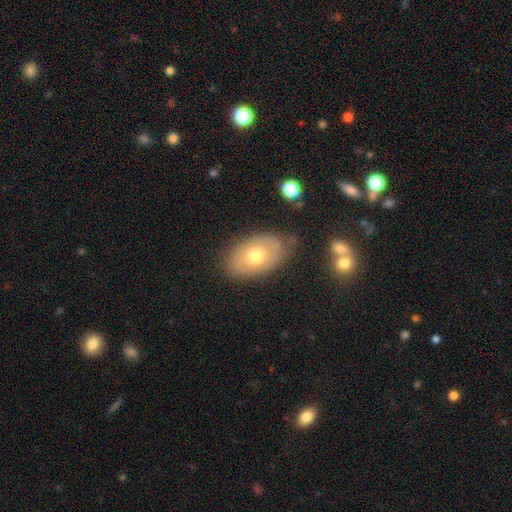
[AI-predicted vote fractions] Morphology: type=smooth (63%); roundness=in between (89%); merging=none (74%).